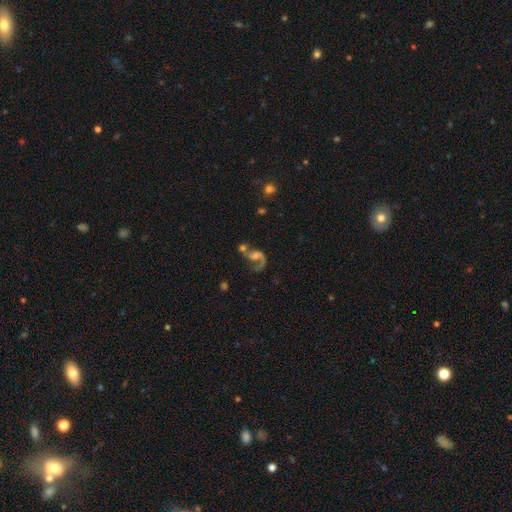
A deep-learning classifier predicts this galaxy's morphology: Smooth or featured?
  - featured or disk: 71% *
  - smooth: 18%
  - star or artifact: 11%
Edge-on disk?
  - no: 97% *
  - yes: 3%
Bar?
  - no: 57% *
  - weak: 33%
  - strong: 10%
Spiral arms?
  - yes: 86% *
  - no: 14%
Spiral winding?
  - loose: 67% *
  - medium: 26%
  - tight: 6%
Spiral arm count?
  - 1: 59% *
  - 2: 36%
  - can't tell: 3%
  - 3: 1%
  - 4: 1%
  - more than 4: 1%
Bulge size?
  - none: 29% *
  - moderate: 28%
  - small: 27%
  - large: 13%
  - dominant: 3%
Merging?
  - merger: 32% *
  - none: 28%
  - major disturbance: 28%
  - minor disturbance: 11%